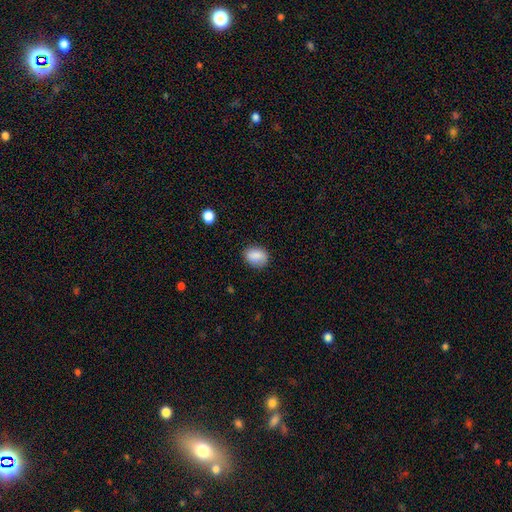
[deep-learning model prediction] Smooth or featured?
  - smooth: 86% *
  - star or artifact: 8%
  - featured or disk: 6%
How rounded?
  - in between: 62% *
  - round: 37%
  - cigar-shaped: 1%
Merging?
  - none: 81% *
  - minor disturbance: 14%
  - major disturbance: 3%
  - merger: 1%